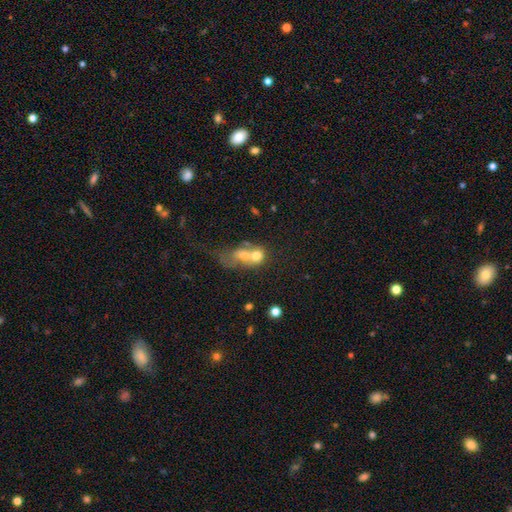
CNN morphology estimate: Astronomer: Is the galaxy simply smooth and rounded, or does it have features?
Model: smooth — 62%.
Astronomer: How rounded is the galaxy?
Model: round — 50% (runner-up: in between, 47%).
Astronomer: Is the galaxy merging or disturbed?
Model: merger — 71%.